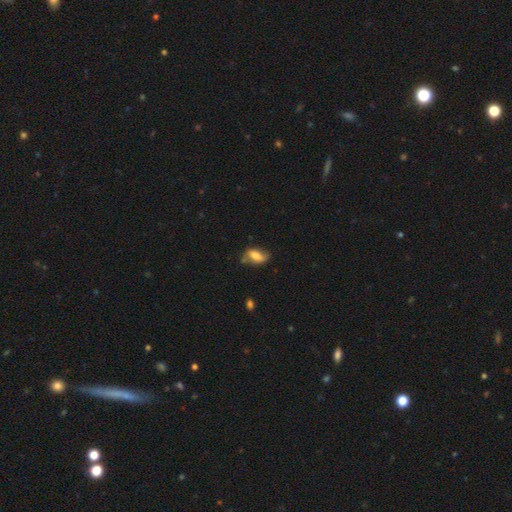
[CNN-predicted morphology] smooth-or-featured: smooth: 64% | featured or disk: 28% | star or artifact: 9%
  how-rounded: in between: 86% | cigar-shaped: 8% | round: 6%
  merging: none: 53% | minor disturbance: 30% | major disturbance: 10% | merger: 7%